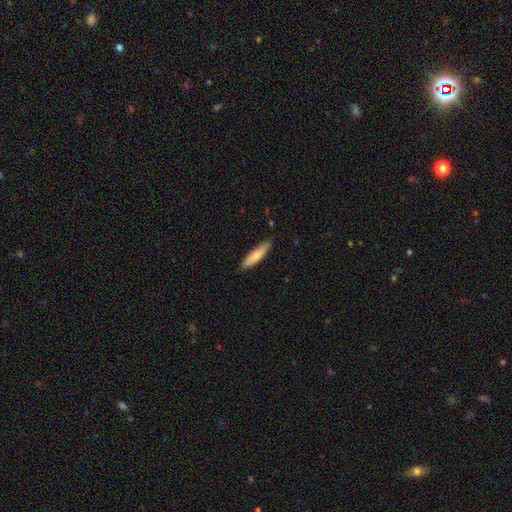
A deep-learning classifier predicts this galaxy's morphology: A smooth galaxy with no disk features (78%) that is cigar-shaped (79%). Merging: none (86%).